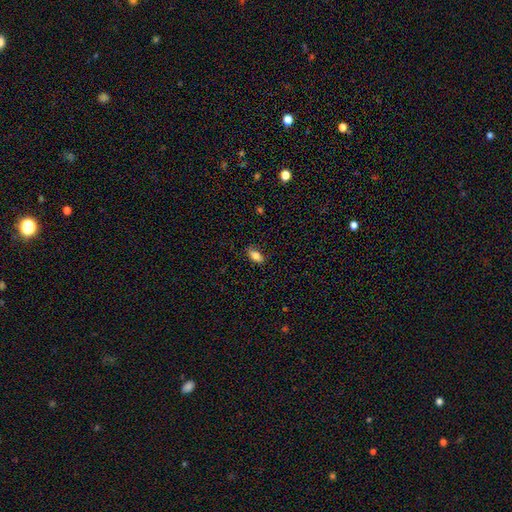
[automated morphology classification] smooth-or-featured: smooth: 83% | star or artifact: 9% | featured or disk: 8%
  how-rounded: in between: 88% | cigar-shaped: 8% | round: 4%
  merging: none: 83% | minor disturbance: 13% | major disturbance: 3% | merger: 1%